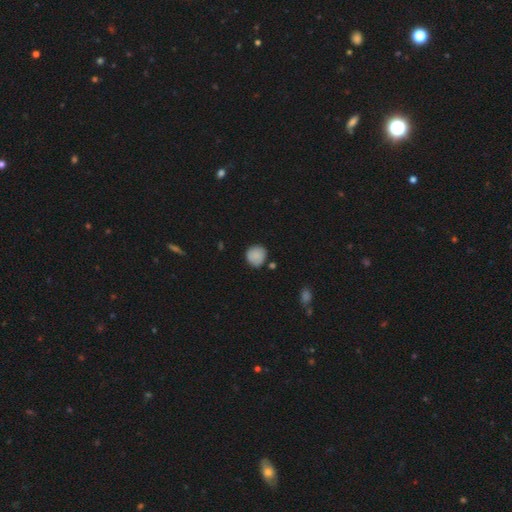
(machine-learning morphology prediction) Q: Smooth or featured?
A: smooth (86%); runner-up: star or artifact (8%)
Q: How rounded?
A: round (89%); runner-up: in between (10%)
Q: Merging?
A: none (77%); runner-up: minor disturbance (16%)